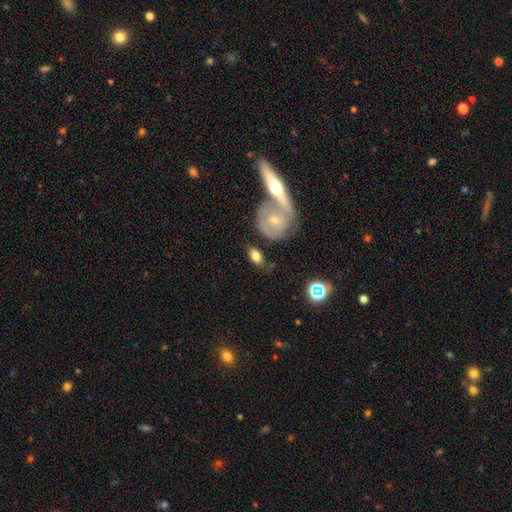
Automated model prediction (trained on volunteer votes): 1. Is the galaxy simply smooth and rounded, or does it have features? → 69% smooth, 24% featured or disk, 7% star or artifact.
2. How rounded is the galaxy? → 82% in between, 13% round, 5% cigar-shaped.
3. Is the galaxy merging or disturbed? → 58% none, 18% minor disturbance, 16% merger, 8% major disturbance.